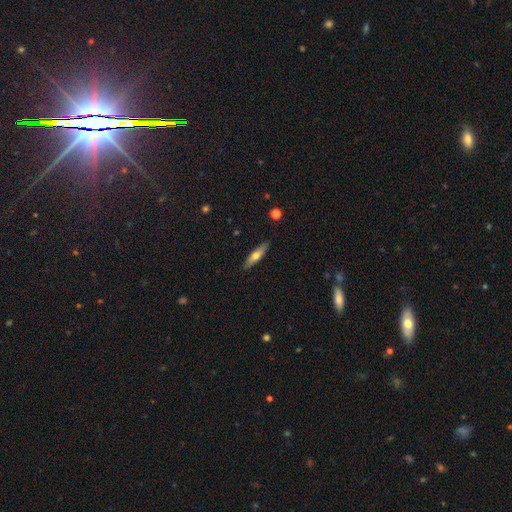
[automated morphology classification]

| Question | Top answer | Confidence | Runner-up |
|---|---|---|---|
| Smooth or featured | smooth | 55% | featured or disk (39%) |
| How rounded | cigar-shaped | 76% | in between (22%) |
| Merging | none | 89% | minor disturbance (8%) |